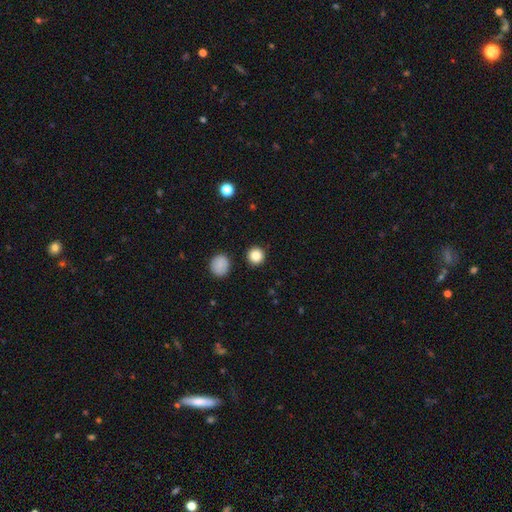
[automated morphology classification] Smooth or featured: smooth — 85% (star or artifact — 11%)
How rounded: round — 95% (in between — 4%)
Merging: none — 92% (minor disturbance — 4%)